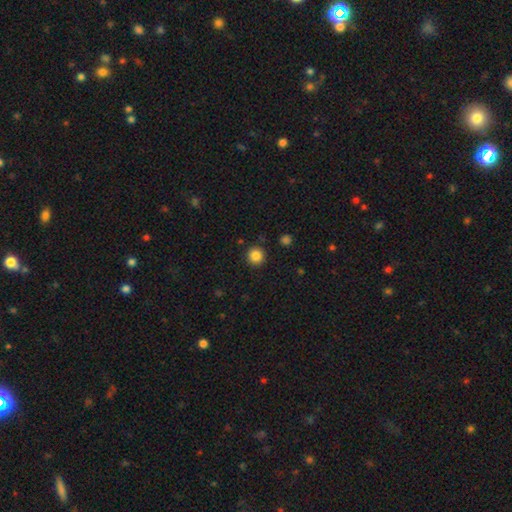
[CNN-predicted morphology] Smooth or featured?
  - smooth: 85% *
  - star or artifact: 11%
  - featured or disk: 4%
How rounded?
  - round: 95% *
  - in between: 4%
  - cigar-shaped: 1%
Merging?
  - none: 91% *
  - minor disturbance: 5%
  - major disturbance: 2%
  - merger: 2%